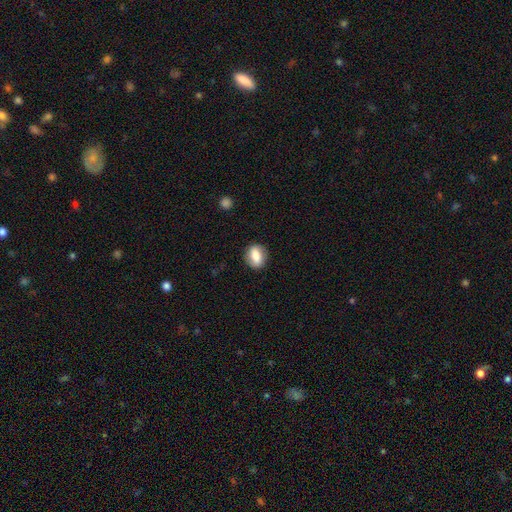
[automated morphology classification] Q: Smooth or featured?
A: smooth (74%); runner-up: featured or disk (18%)
Q: How rounded?
A: in between (59%); runner-up: round (39%)
Q: Merging?
A: none (84%); runner-up: minor disturbance (11%)